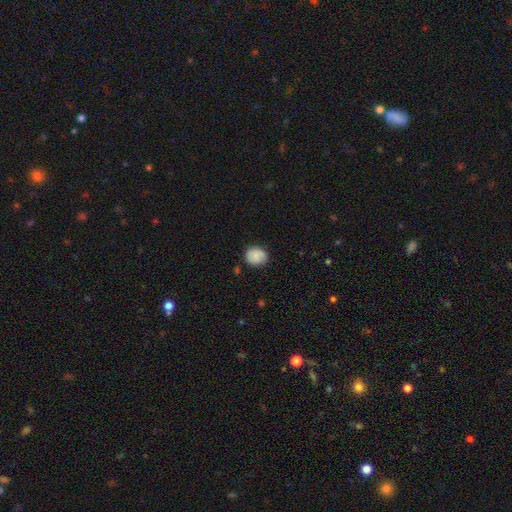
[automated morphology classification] This is likely a smooth galaxy (79%). How rounded: likely round (69%). Merging: likely none (78%).